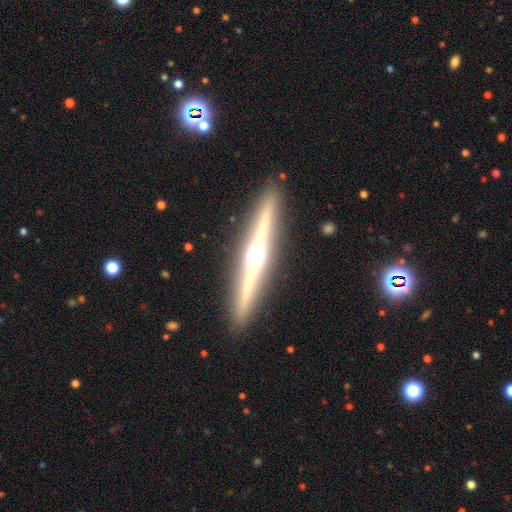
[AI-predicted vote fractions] Overall: featured or disk (82%). Edge-on disk: yes (98%). Edge-on bulge: rounded (91%). Merging: none (92%).